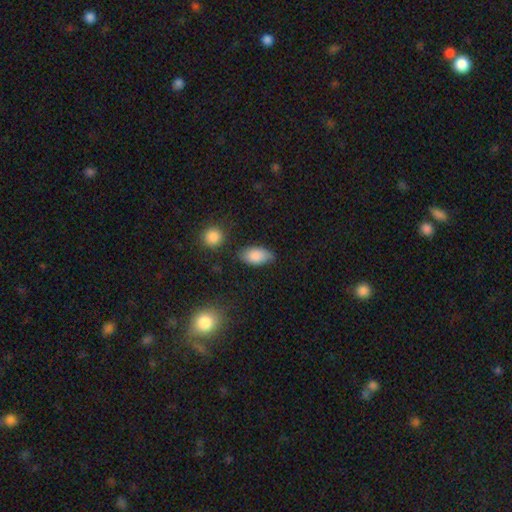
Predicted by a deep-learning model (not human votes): This is clearly a smooth galaxy (86%). How rounded: clearly in between (91%). Merging: likely none (74%).